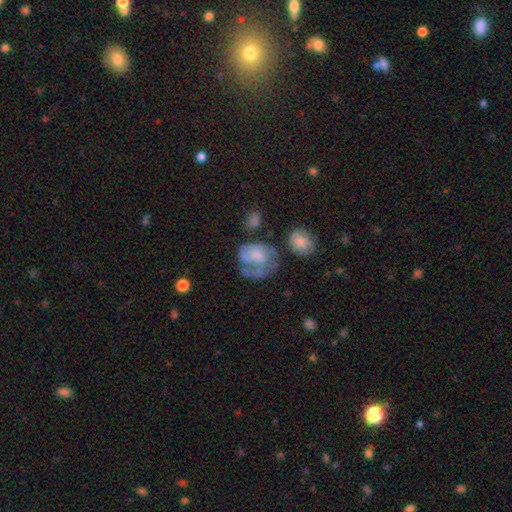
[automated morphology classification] This appears to be a featured or disk galaxy (48%). Merging: major disturbance (36%).